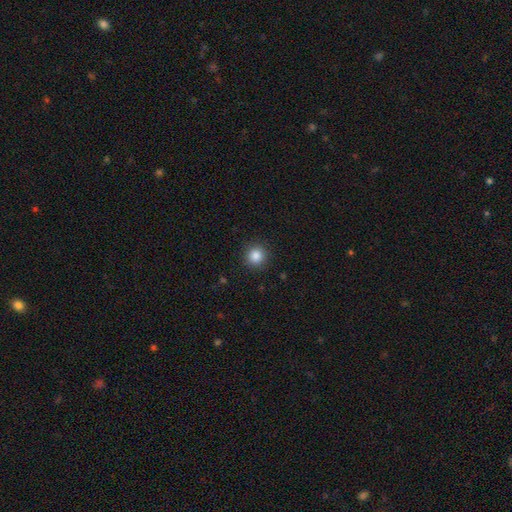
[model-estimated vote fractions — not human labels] Smooth or featured?
  - smooth: 86% *
  - star or artifact: 10%
  - featured or disk: 4%
How rounded?
  - round: 94% *
  - in between: 6%
  - cigar-shaped: 1%
Merging?
  - none: 91% *
  - minor disturbance: 6%
  - major disturbance: 2%
  - merger: 1%